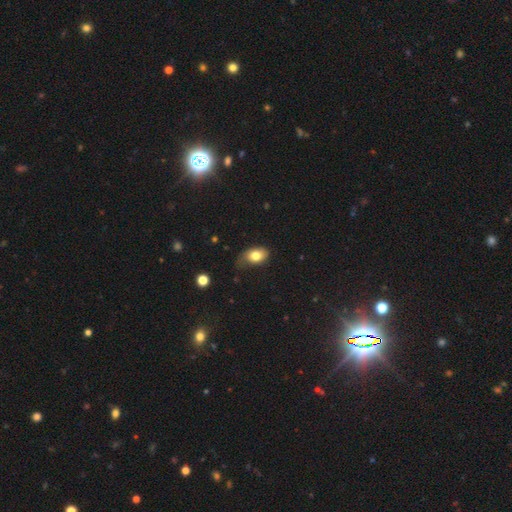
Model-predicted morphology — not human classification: Smooth or featured?
  - smooth: 78% *
  - featured or disk: 13%
  - star or artifact: 9%
How rounded?
  - in between: 85% *
  - round: 13%
  - cigar-shaped: 2%
Merging?
  - none: 51% *
  - minor disturbance: 36%
  - major disturbance: 11%
  - merger: 2%